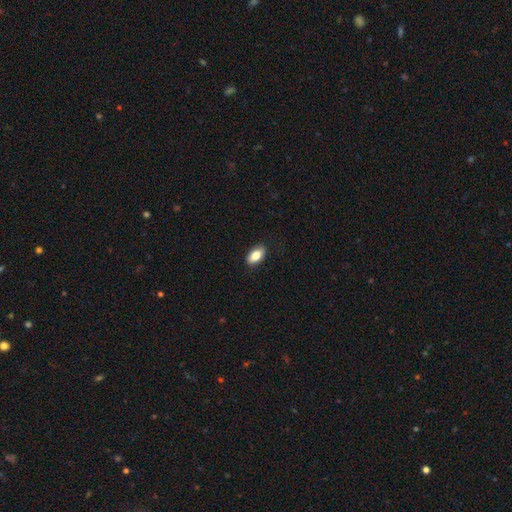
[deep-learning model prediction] Q: Smooth or featured?
A: smooth (82%); runner-up: featured or disk (11%)
Q: How rounded?
A: in between (91%); runner-up: round (5%)
Q: Merging?
A: none (88%); runner-up: minor disturbance (9%)